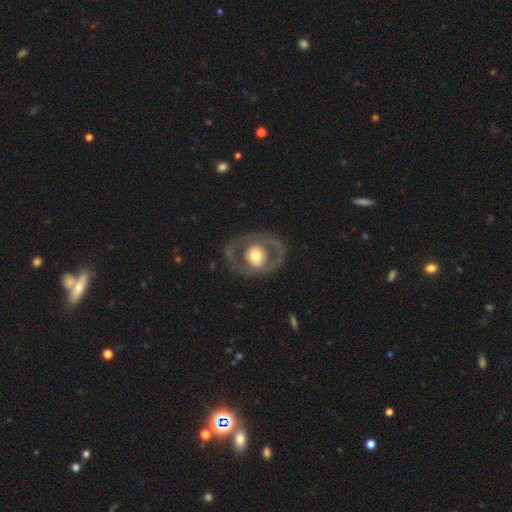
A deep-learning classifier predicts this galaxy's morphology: featured or disk 62%, smooth 33%, star or artifact 5%. Down the decision tree: edge-on disk — no (95%); bar — no (81%); spiral arms — no (73%); bulge size — moderate (57%); merging — none (72%).